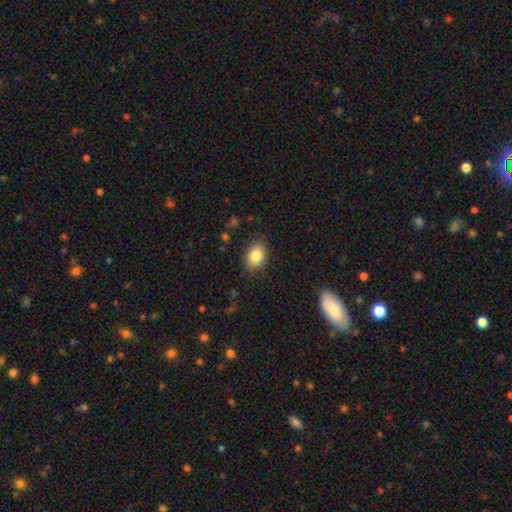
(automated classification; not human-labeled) Q: Smooth or featured?
A: smooth (84%); runner-up: star or artifact (8%)
Q: How rounded?
A: in between (76%); runner-up: round (23%)
Q: Merging?
A: none (85%); runner-up: minor disturbance (11%)